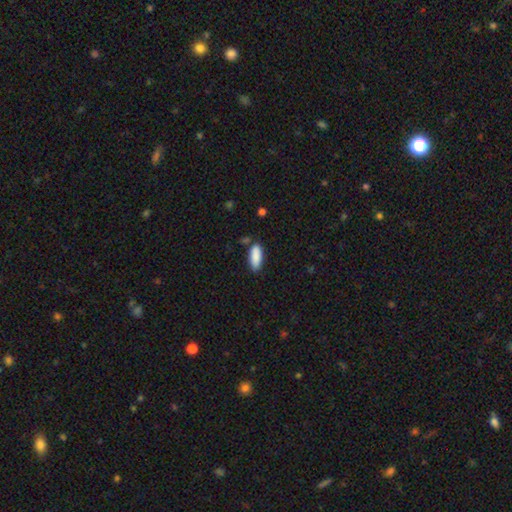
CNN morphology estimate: smooth 89%, star or artifact 6%, featured or disk 5%. Down the decision tree: how rounded — in between (75%); merging — none (76%).